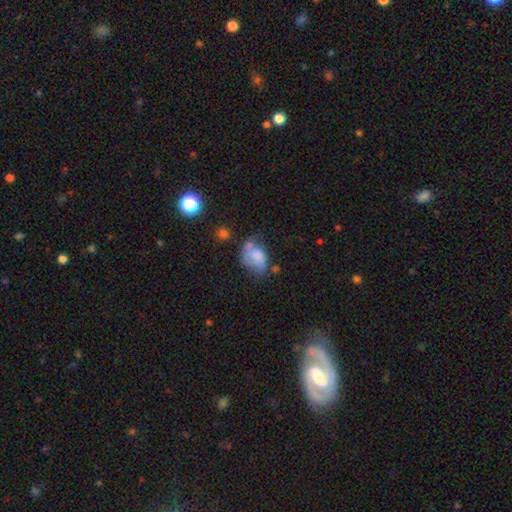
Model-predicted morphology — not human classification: Smooth or featured?
  - smooth: 63% *
  - featured or disk: 27%
  - star or artifact: 10%
How rounded?
  - in between: 79% *
  - round: 19%
  - cigar-shaped: 1%
Merging?
  - minor disturbance: 28% * (tied)
  - major disturbance: 28% * (tied)
  - none: 26%
  - merger: 18%